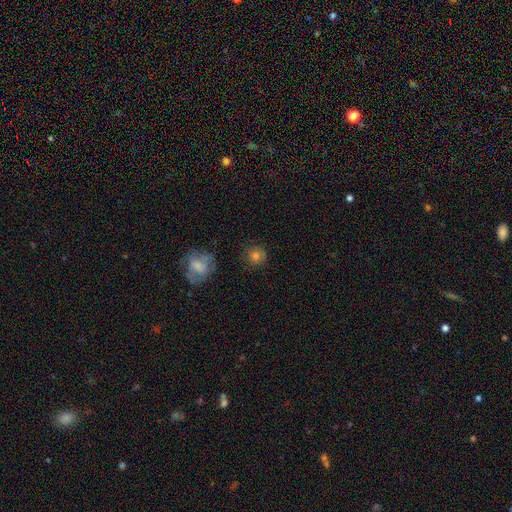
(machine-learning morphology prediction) Smooth or featured: smooth — 72% (featured or disk — 14%)
How rounded: round — 90% (in between — 8%)
Merging: none — 83% (minor disturbance — 11%)